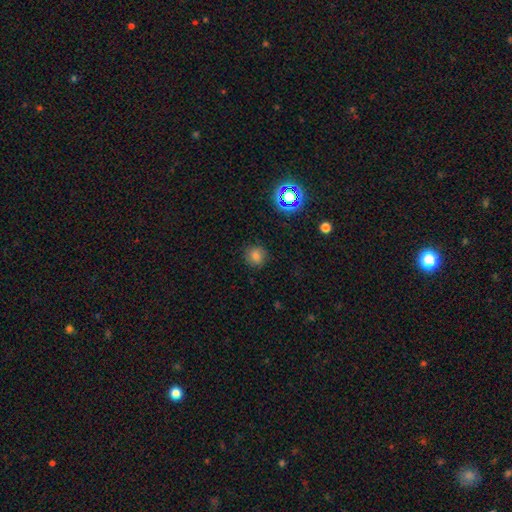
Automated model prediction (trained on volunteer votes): Smooth or featured: smooth — 75% (star or artifact — 17%)
How rounded: round — 91% (in between — 8%)
Merging: none — 85% (minor disturbance — 10%)